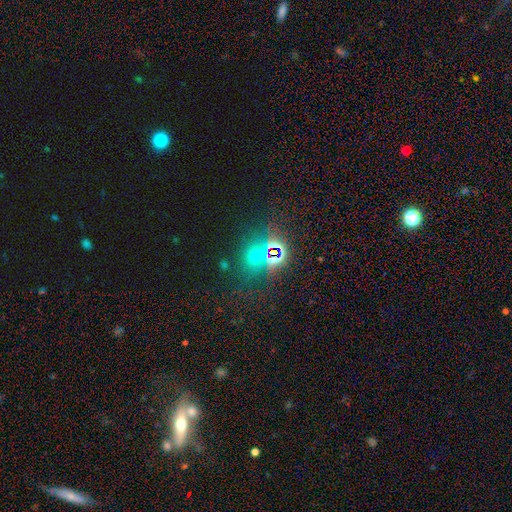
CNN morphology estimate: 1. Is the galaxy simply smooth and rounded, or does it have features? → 49% star or artifact, 43% smooth, 8% featured or disk.